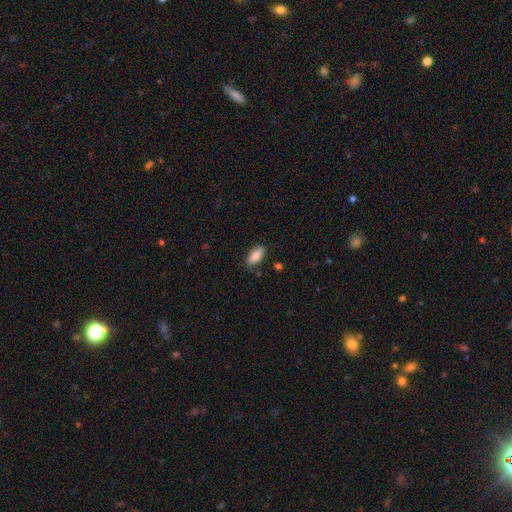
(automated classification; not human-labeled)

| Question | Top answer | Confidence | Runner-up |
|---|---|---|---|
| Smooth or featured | smooth | 87% | star or artifact (7%) |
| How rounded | in between | 85% | cigar-shaped (13%) |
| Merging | none | 84% | minor disturbance (12%) |